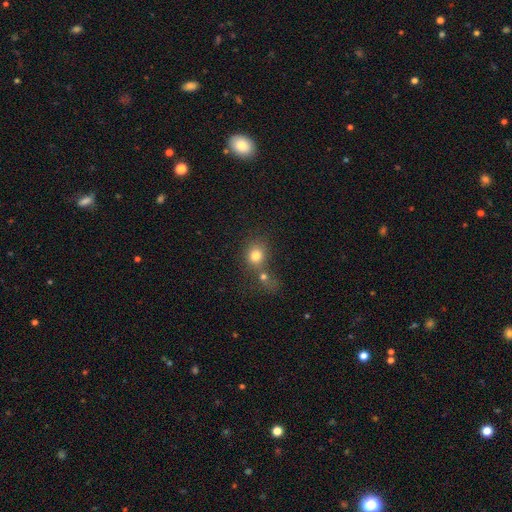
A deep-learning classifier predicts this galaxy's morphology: smooth 78%, star or artifact 12%, featured or disk 9%. Down the decision tree: how rounded — round (75%); merging — none (44%).